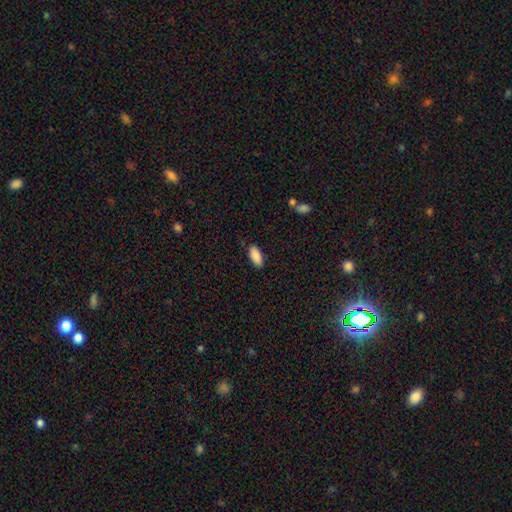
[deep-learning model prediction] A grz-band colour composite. It shows a smooth galaxy with no disk features (90%) that is in between round and cigar-shaped (89%). Merging: none (85%).